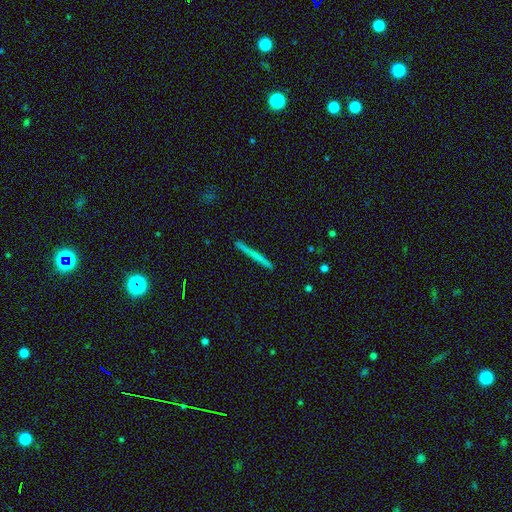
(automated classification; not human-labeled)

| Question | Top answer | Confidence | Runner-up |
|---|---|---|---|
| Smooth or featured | smooth | 56% | featured or disk (37%) |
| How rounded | cigar-shaped | 97% | in between (2%) |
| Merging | none | 91% | minor disturbance (6%) |